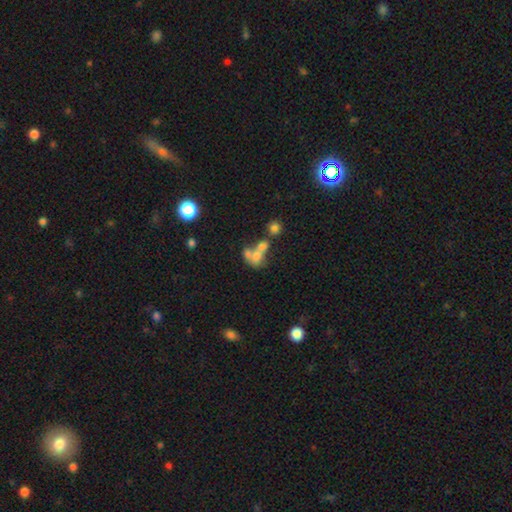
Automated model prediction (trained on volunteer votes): Smooth or featured? smooth (56%)
How rounded? in between (56%)
Merging? merger (62%)